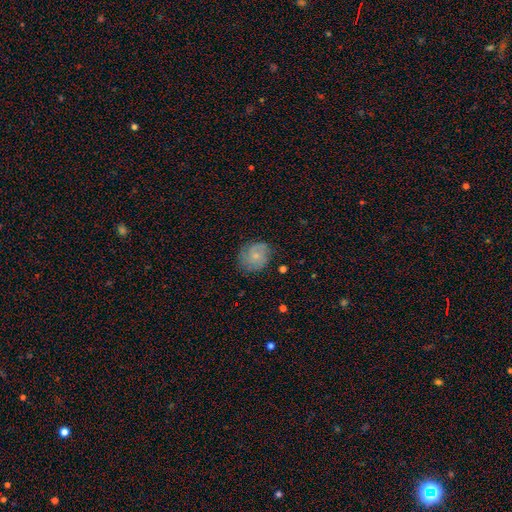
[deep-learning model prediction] Morphology: type=smooth (47%); merging=none (71%).